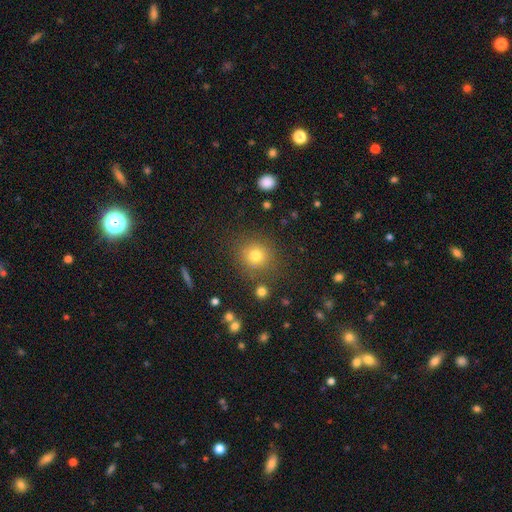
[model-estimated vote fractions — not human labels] smooth_or_featured: smooth (p=0.76) [alt: star or artifact p=0.16]
how_rounded: round (p=0.90) [alt: in between p=0.09]
merging: none (p=0.84) [alt: minor disturbance p=0.09]